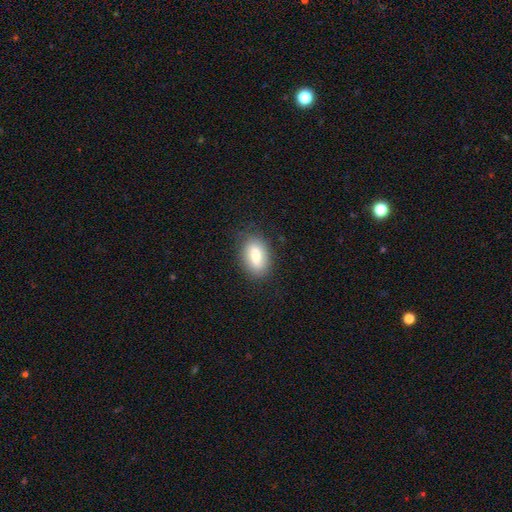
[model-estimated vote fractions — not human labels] Smooth or featured? smooth (77%)
How rounded? in between (89%)
Merging? none (80%)